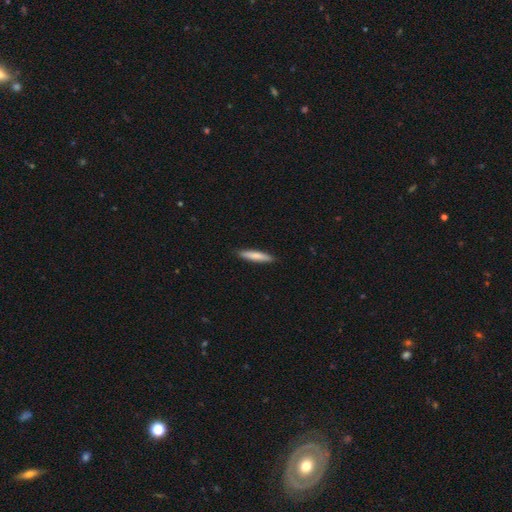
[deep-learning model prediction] The model was most divided on "smooth or featured": smooth: 79%, featured or disk: 16%, star or artifact: 5%. More confident: merging — none (90%); how rounded — cigar-shaped (88%).